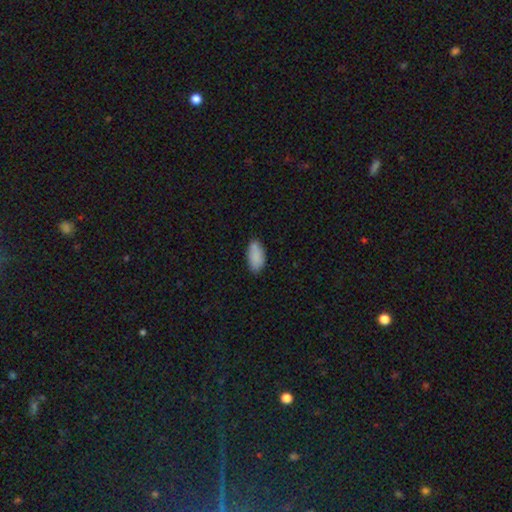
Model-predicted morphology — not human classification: Smooth or featured: smooth — 87% (star or artifact — 7%)
How rounded: in between — 92% (cigar-shaped — 6%)
Merging: none — 81% (minor disturbance — 15%)